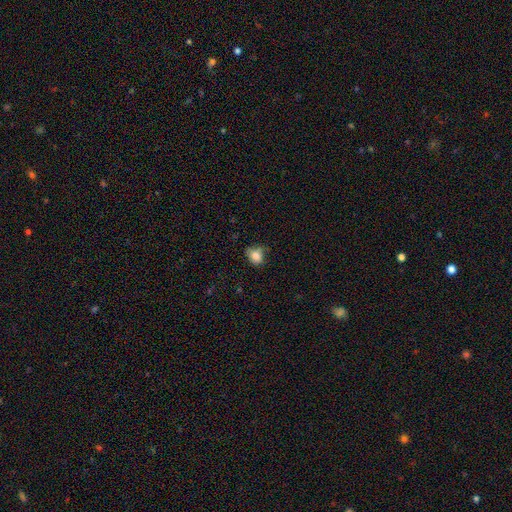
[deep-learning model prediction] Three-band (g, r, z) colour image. It shows a smooth galaxy with no disk features (82%) that is round (54%). Merging: none (55%).